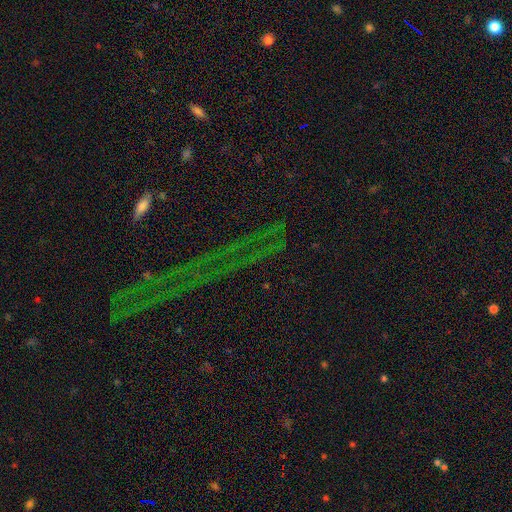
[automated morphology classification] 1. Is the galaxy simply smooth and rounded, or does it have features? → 80% star or artifact, 11% smooth, 10% featured or disk.